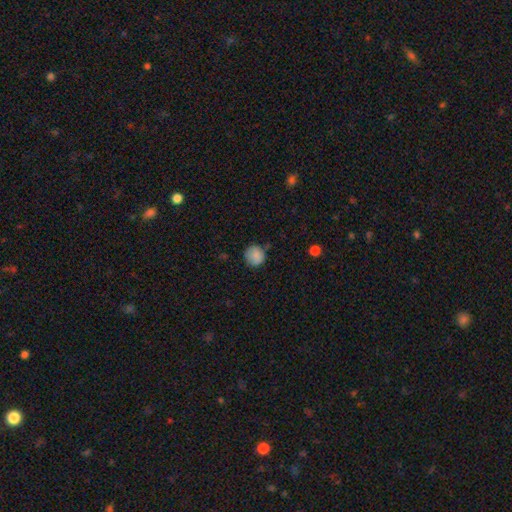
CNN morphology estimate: A smooth galaxy with no disk features (85%) that is round (88%).

Vote fractions:
- Smooth or featured? smooth: 85% / star or artifact: 8% / featured or disk: 7%
- How rounded? round: 88% / in between: 11% / cigar-shaped: 1%
- Merging? none: 69% / minor disturbance: 23% / major disturbance: 5% / merger: 3%